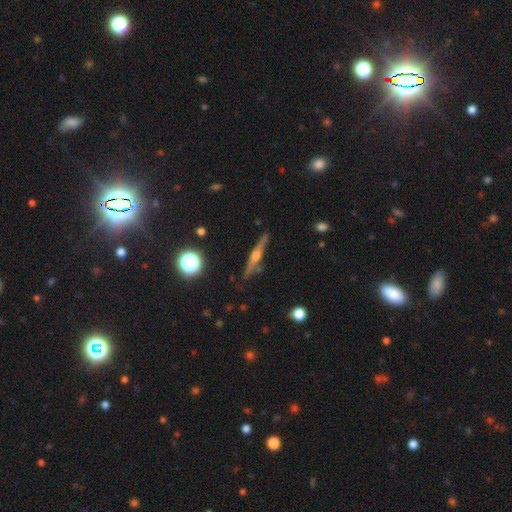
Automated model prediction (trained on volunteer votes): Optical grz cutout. It shows a featured or disk galaxy (73%) viewed edge-on (97%) with a rounded central bulge (86%). Merging: none (87%).